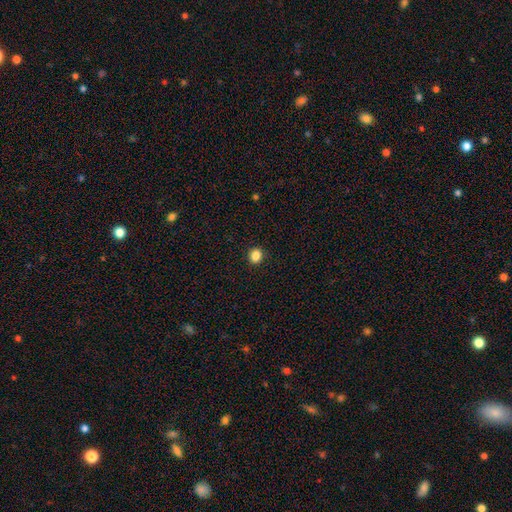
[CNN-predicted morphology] smooth_or_featured: smooth (p=0.86) [alt: star or artifact p=0.11]
how_rounded: round (p=0.70) [alt: in between p=0.29]
merging: none (p=0.91) [alt: minor disturbance p=0.06]